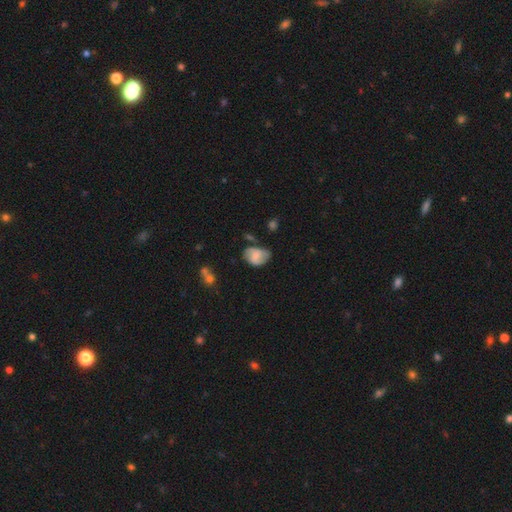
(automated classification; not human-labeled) Overall: smooth (59%; featured or disk 33%). How rounded: in between (70%). Merging: none (50%; minor disturbance 33%).